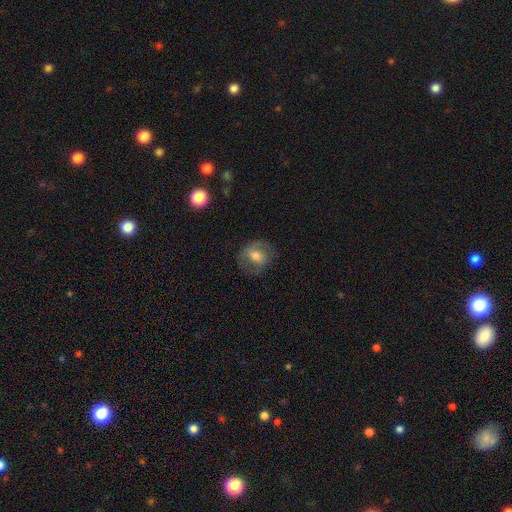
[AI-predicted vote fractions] This appears to be a smooth galaxy with no disk features (47%). Merging: none (72%).